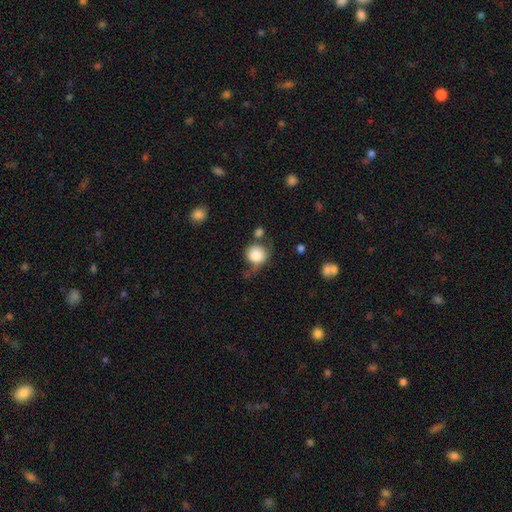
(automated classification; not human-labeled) This is clearly a smooth galaxy (84%). How rounded: clearly round (87%). Merging: possibly none (52%).